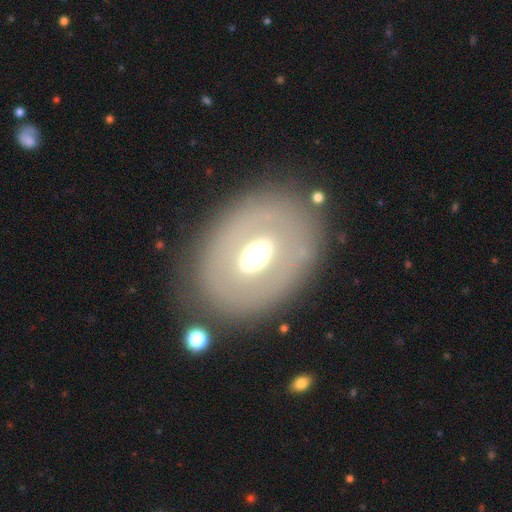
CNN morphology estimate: Smooth or featured? Predicted: featured or disk (p=0.47). Merging? Predicted: none (p=0.81).